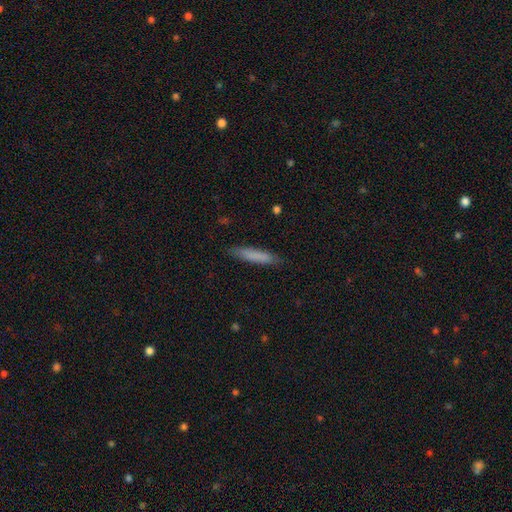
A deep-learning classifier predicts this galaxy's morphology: Smooth or featured? Predicted: smooth (p=0.79). How rounded? Predicted: cigar-shaped (p=0.90). Merging? Predicted: none (p=0.86).